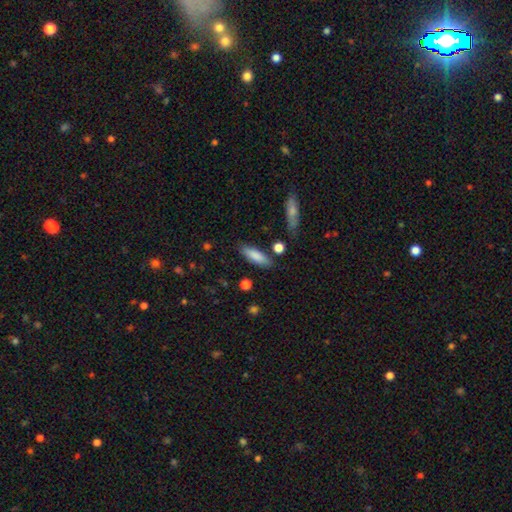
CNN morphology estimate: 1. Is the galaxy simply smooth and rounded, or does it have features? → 83% smooth, 11% featured or disk, 6% star or artifact.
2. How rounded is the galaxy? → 50% in between, 48% cigar-shaped, 2% round.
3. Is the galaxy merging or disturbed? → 80% none, 12% minor disturbance, 4% merger, 3% major disturbance.